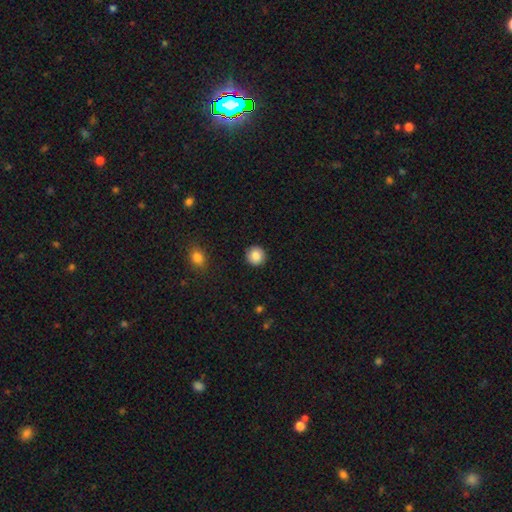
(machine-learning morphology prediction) A smooth galaxy with no disk features (86%) that is round (93%).

Vote fractions:
- Smooth or featured? smooth: 86% / star or artifact: 8% / featured or disk: 5%
- How rounded? round: 93% / in between: 6% / cigar-shaped: 1%
- Merging? none: 92% / minor disturbance: 5% / major disturbance: 2% / merger: 1%